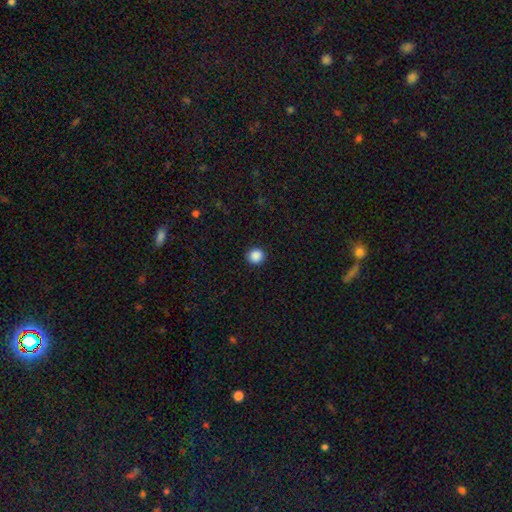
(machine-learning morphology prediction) This is clearly a smooth galaxy (88%). How rounded: clearly round (92%). Merging: clearly none (93%).